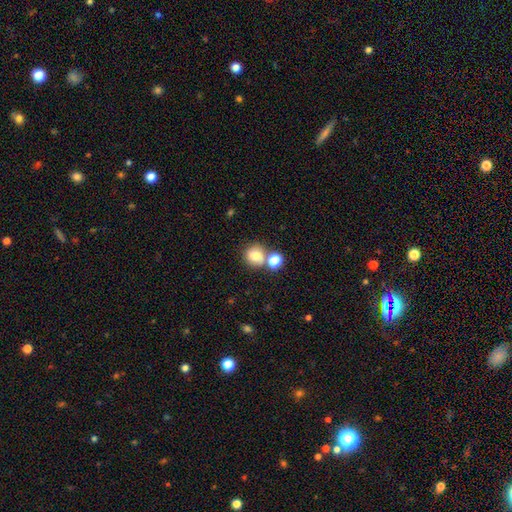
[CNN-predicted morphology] Smooth or featured?
  - smooth: 78% *
  - star or artifact: 11%
  - featured or disk: 11%
How rounded?
  - round: 84% *
  - in between: 15%
  - cigar-shaped: 1%
Merging?
  - none: 55% *
  - merger: 31%
  - minor disturbance: 10%
  - major disturbance: 4%